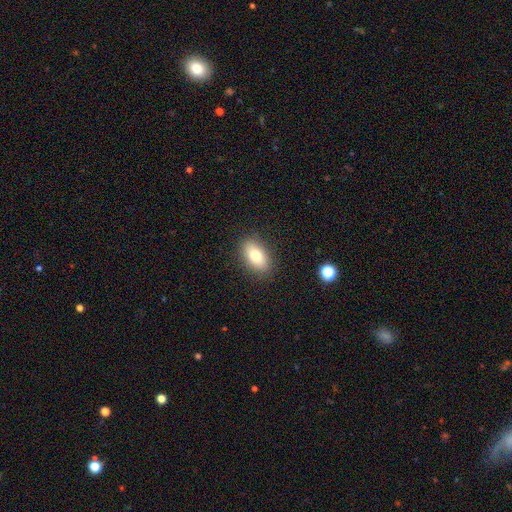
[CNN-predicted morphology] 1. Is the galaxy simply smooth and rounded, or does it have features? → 78% smooth, 14% featured or disk, 8% star or artifact.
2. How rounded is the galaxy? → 89% in between, 8% round, 3% cigar-shaped.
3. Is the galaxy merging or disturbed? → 87% none, 9% minor disturbance, 3% major disturbance, 1% merger.